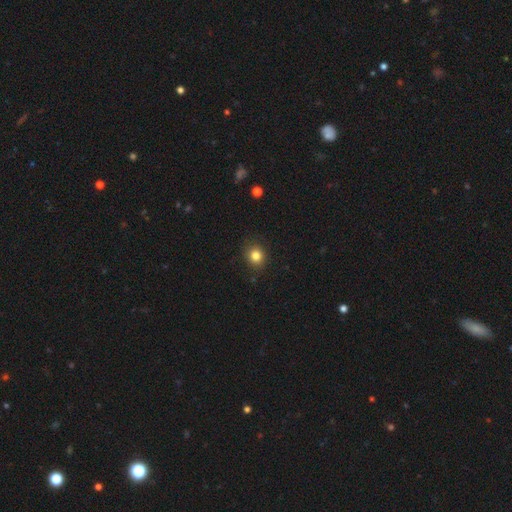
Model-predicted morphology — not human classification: Overall: smooth (83%). How rounded: round (77%). Merging: none (87%).